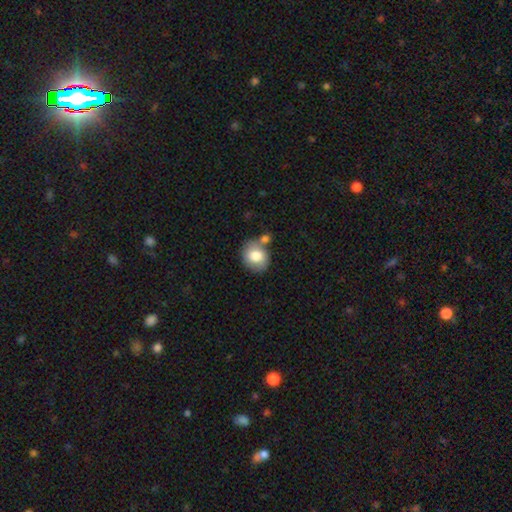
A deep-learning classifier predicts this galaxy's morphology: Smooth or featured?
  - smooth: 78% *
  - featured or disk: 14%
  - star or artifact: 7%
How rounded?
  - round: 67% *
  - in between: 32%
  - cigar-shaped: 1%
Merging?
  - none: 58% *
  - merger: 20%
  - minor disturbance: 16%
  - major disturbance: 5%